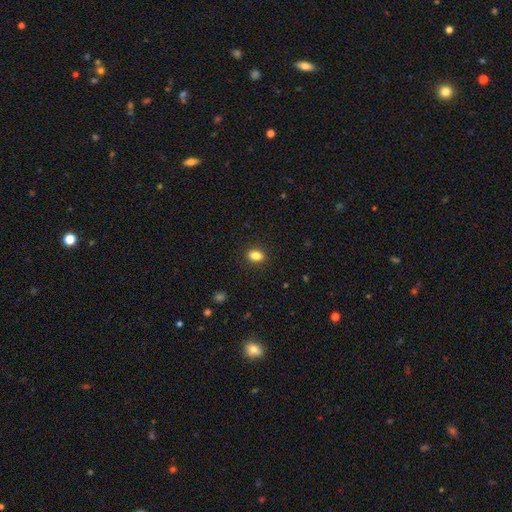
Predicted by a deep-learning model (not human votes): Overall: smooth (86%). How rounded: in between (80%). Merging: none (89%).